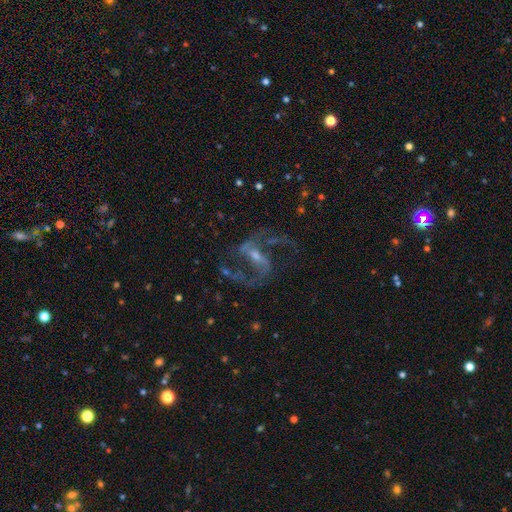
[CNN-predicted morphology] A featured or disk galaxy (89%) with a strong bar (42%, tied with weak), 2 (90%) loose (48%) spiral arms (96%) and a small central bulge (56%).

Vote fractions:
- Smooth or featured? featured or disk: 89% / star or artifact: 7% / smooth: 4%
- Edge-on disk? no: 97% / yes: 3%
- Bar? strong: 42% (tied) / weak: 42% (tied) / no: 15%
- Spiral arms? yes: 96% / no: 4%
- Spiral winding? loose: 48% / medium: 45% / tight: 7%
- Spiral arm count? 2: 90% / 3: 3% / can't tell: 3% / 1: 2% / 4: 1% / more than 4: 1%
- Bulge size? small: 56% / moderate: 34% / none: 6% / large: 3% / dominant: 1%
- Merging? none: 67% / major disturbance: 16% / minor disturbance: 14% / merger: 3%